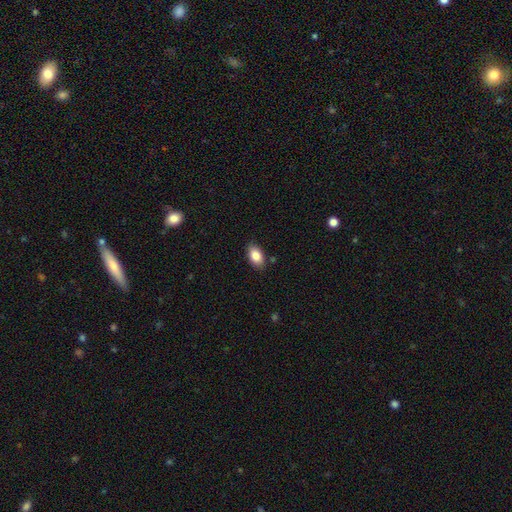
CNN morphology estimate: Q: Smooth or featured?
A: smooth (84%); runner-up: featured or disk (8%)
Q: How rounded?
A: in between (91%); runner-up: round (8%)
Q: Merging?
A: none (85%); runner-up: minor disturbance (12%)